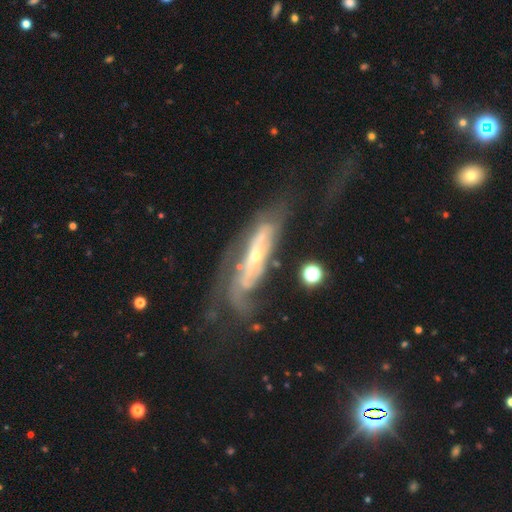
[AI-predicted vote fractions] featured or disk 82%, smooth 12%, star or artifact 6%. Down the decision tree: edge-on disk — no (76%); bar — no (54%); spiral arms — yes (84%); spiral arm count — can't tell (41%); spiral winding — tight (47%); bulge size — small (68%); merging — none (44%).